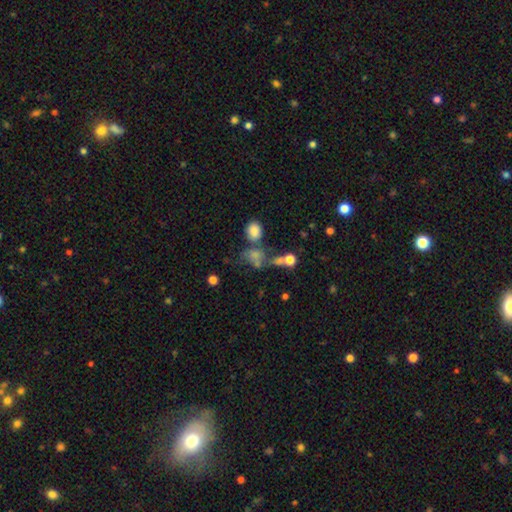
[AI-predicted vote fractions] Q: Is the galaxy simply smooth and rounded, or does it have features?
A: smooth — 40%.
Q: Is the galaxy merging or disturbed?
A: none — 45%.